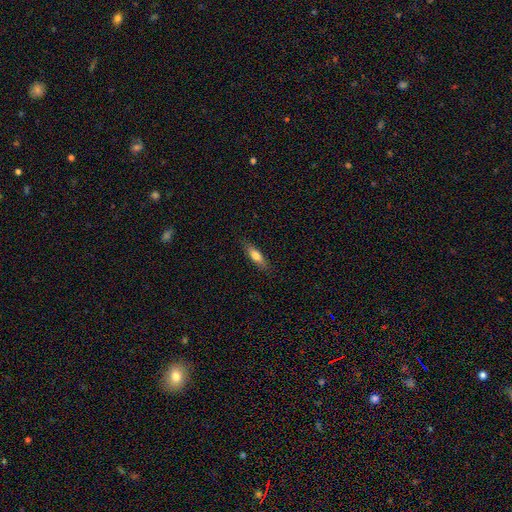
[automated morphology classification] This appears to be a smooth galaxy with no disk features (70%) that is cigar-shaped (52%). Merging: none (85%).